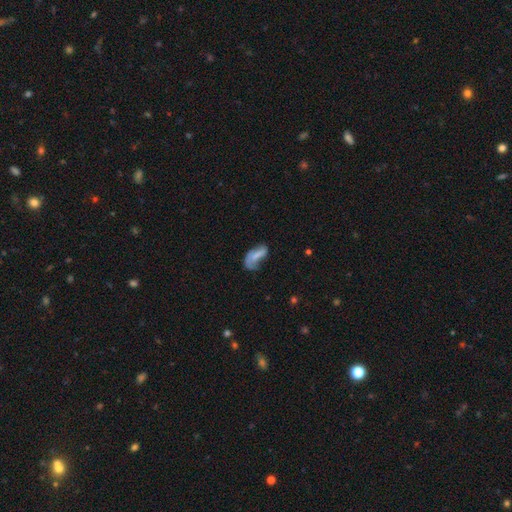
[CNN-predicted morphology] Q: Smooth or featured?
A: smooth (54%); runner-up: featured or disk (37%)
Q: How rounded?
A: in between (85%); runner-up: cigar-shaped (11%)
Q: Merging?
A: major disturbance (38%); runner-up: none (29%)